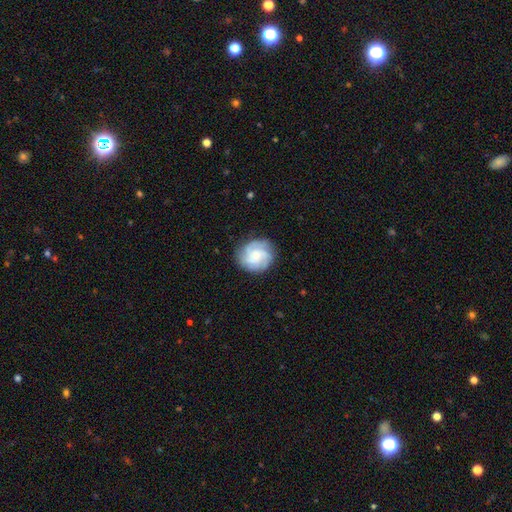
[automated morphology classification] A featured or disk galaxy (70%) with no bar (70%), 3 (34%) tight (51%) spiral arms (96%) and a small central bulge (48%). Merging: none (82%).